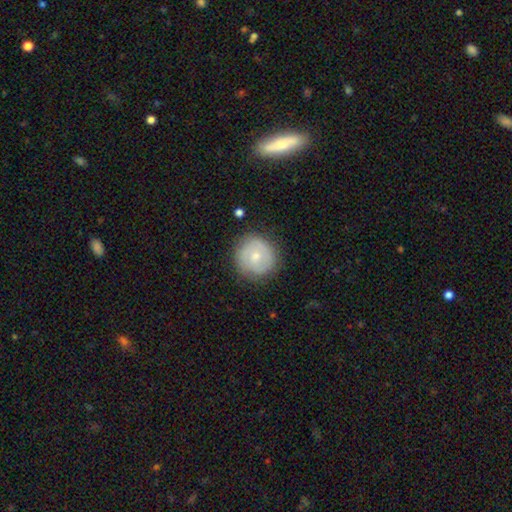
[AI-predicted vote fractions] The model was most divided on "smooth or featured": smooth: 50%, featured or disk: 44%, star or artifact: 7%. More confident: merging — none (81%).